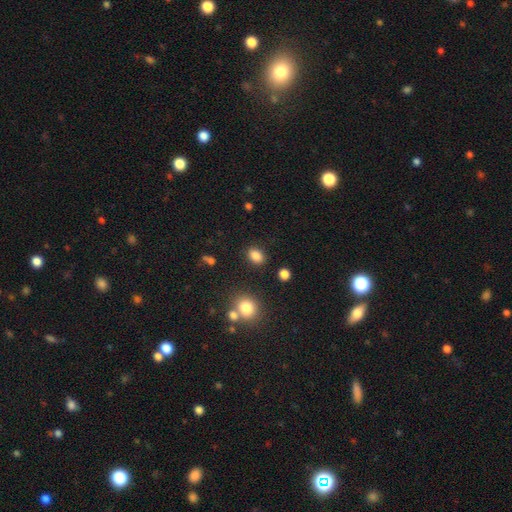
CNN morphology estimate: The model was most divided on "how rounded": in between: 74%, round: 25%, cigar-shaped: 1%. More confident: smooth or featured — smooth (84%); merging — none (84%).